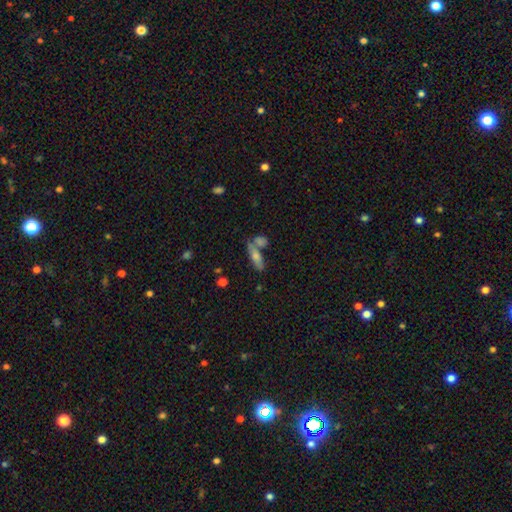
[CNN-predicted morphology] smooth_or_featured: smooth (p=0.58) [alt: featured or disk p=0.30]
how_rounded: in between (p=0.49) [alt: cigar-shaped p=0.46]
merging: none (p=0.51) [alt: merger p=0.32]